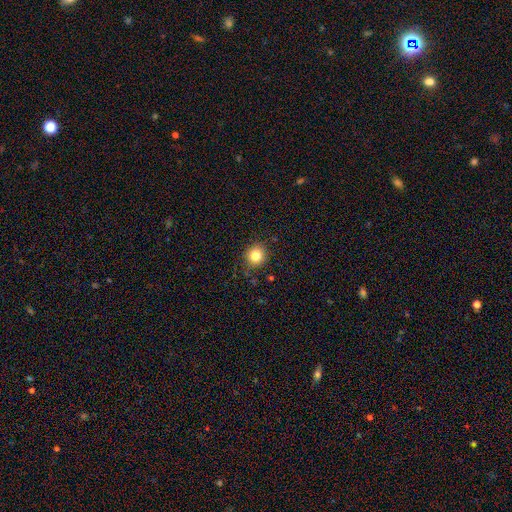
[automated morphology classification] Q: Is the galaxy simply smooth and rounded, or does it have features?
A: smooth — 82%.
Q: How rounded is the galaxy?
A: round — 87%.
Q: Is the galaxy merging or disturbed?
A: none — 88%.